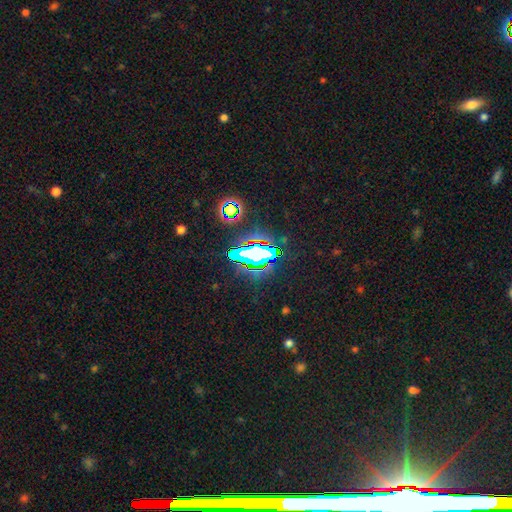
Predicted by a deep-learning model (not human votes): A star or artifact, not a galaxy (65%).

Vote fractions:
- Smooth or featured? star or artifact: 65% / smooth: 20% / featured or disk: 15%